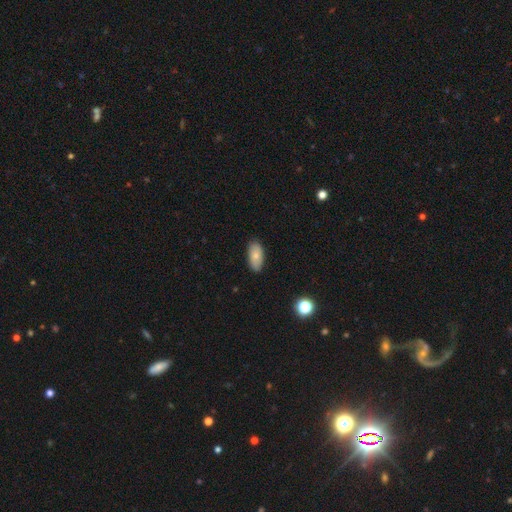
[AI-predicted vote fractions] Smooth or featured? Predicted: smooth (p=0.77). How rounded? Predicted: in between (p=0.92). Merging? Predicted: none (p=0.86).